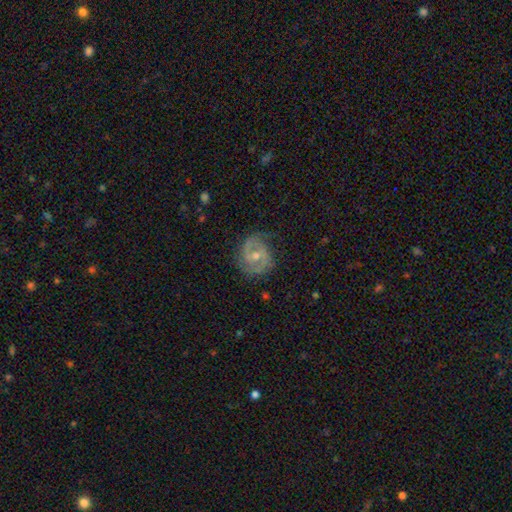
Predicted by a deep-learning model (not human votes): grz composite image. It shows a featured or disk galaxy (84%) with a weak bar (44%), 2 (84%) medium (47%) spiral arms (94%) and a moderate central bulge (59%). Merging: none (72%).